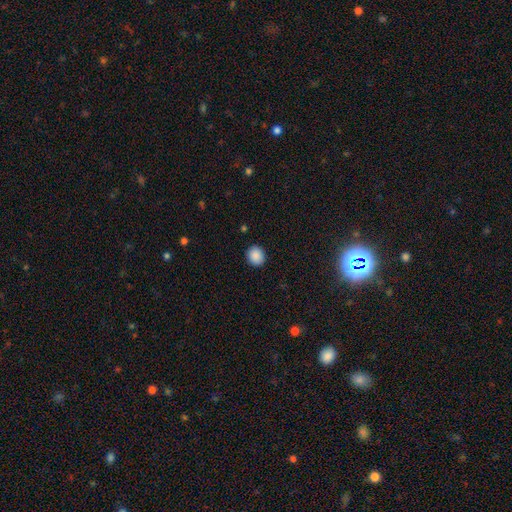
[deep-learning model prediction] Smooth or featured?
  - smooth: 89% *
  - star or artifact: 9%
  - featured or disk: 3%
How rounded?
  - round: 77% *
  - in between: 22%
  - cigar-shaped: 1%
Merging?
  - none: 91% *
  - minor disturbance: 6%
  - major disturbance: 2%
  - merger: 1%